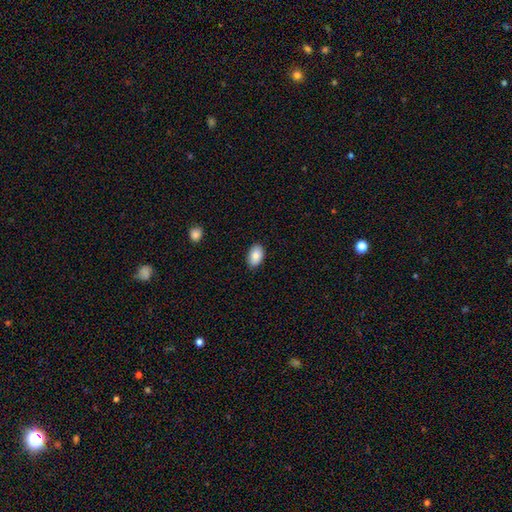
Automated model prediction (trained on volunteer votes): Smooth or featured?
  - smooth: 88% *
  - star or artifact: 7%
  - featured or disk: 5%
How rounded?
  - in between: 91% *
  - round: 8%
  - cigar-shaped: 1%
Merging?
  - none: 88% *
  - minor disturbance: 9%
  - major disturbance: 2%
  - merger: 1%